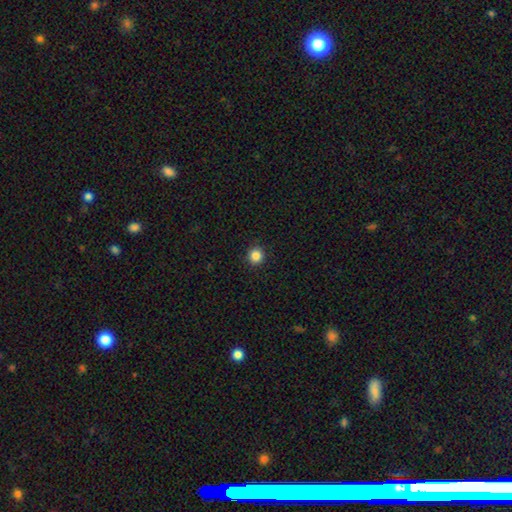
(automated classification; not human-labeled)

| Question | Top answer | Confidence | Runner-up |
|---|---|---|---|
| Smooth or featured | smooth | 86% | star or artifact (11%) |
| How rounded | round | 93% | in between (6%) |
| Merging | none | 92% | minor disturbance (5%) |